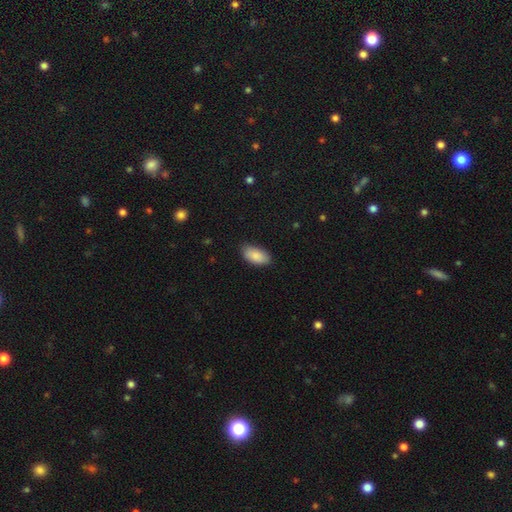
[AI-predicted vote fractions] Morphology: type=smooth (87%); roundness=in between (94%); merging=none (80%).